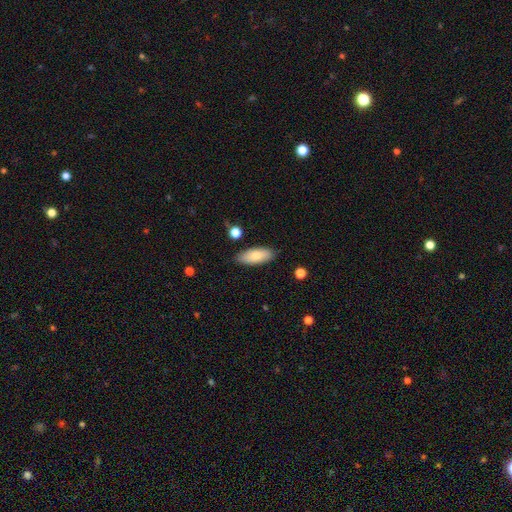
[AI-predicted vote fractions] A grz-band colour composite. It shows a smooth galaxy with no disk features (78%) that is in between round and cigar-shaped (80%). Merging: none (85%).